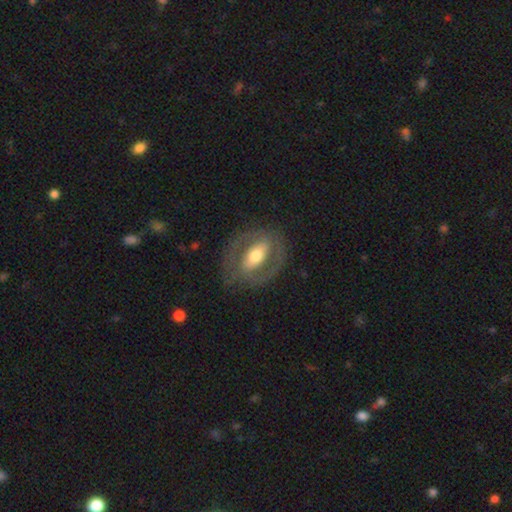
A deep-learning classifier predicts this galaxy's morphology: Q: Smooth or featured?
A: featured or disk (66%); runner-up: smooth (28%)
Q: Edge-on disk?
A: no (90%); runner-up: yes (10%)
Q: Bar?
A: strong (47%); runner-up: no (27%)
Q: Spiral arms?
A: no (58%); runner-up: yes (42%)
Q: Bulge size?
A: moderate (62%); runner-up: large (21%)
Q: Merging?
A: none (76%); runner-up: minor disturbance (13%)